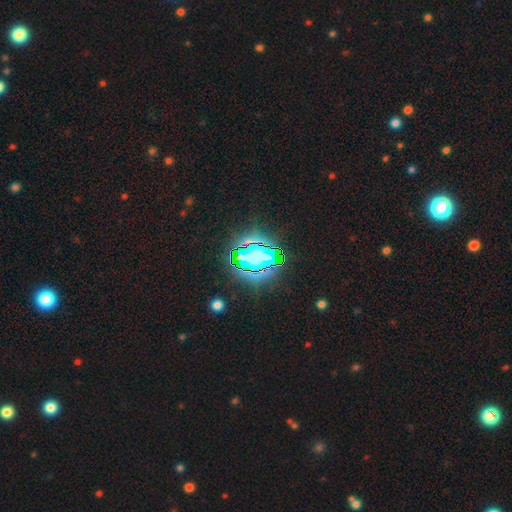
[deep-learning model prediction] This appears to be a star or artifact, not a galaxy (77%).